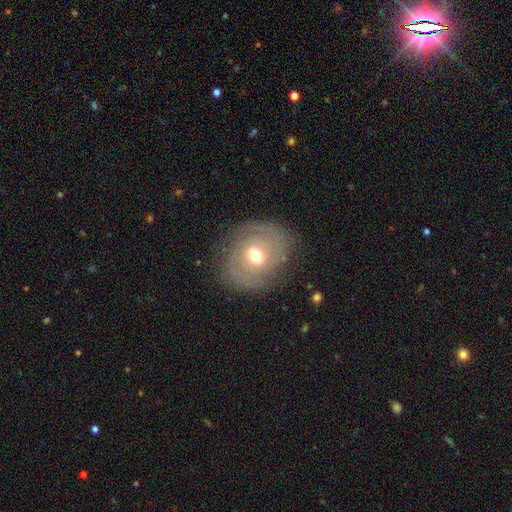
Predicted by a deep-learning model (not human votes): Overall: featured or disk (71%). Edge-on disk: no (96%). Bar: weak (46%; no 42%). Spiral arms: yes (81%). Spiral arm count: 2 (51%; can't tell 28%). Spiral winding: tight (65%). Bulge size: moderate (67%). Merging: none (81%).